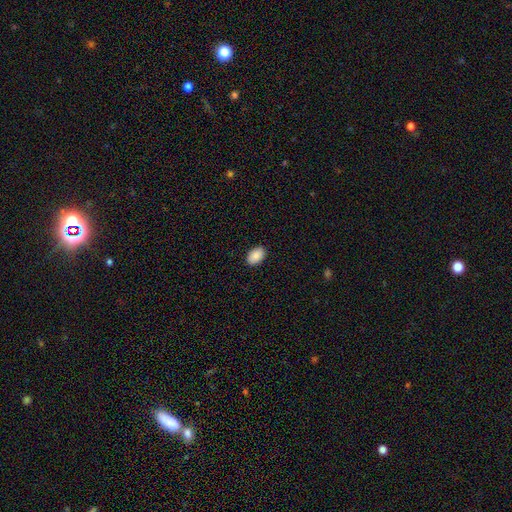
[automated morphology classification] Smooth or featured? Predicted: smooth (p=0.89). How rounded? Predicted: in between (p=0.91). Merging? Predicted: none (p=0.90).